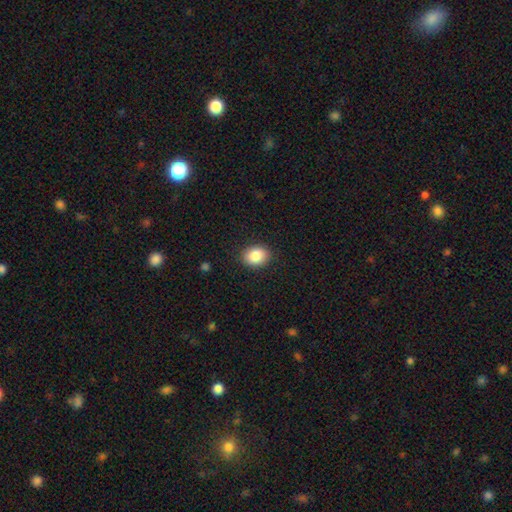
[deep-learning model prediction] Smooth or featured? Predicted: smooth (p=0.86). How rounded? Predicted: in between (p=0.58). Merging? Predicted: none (p=0.89).